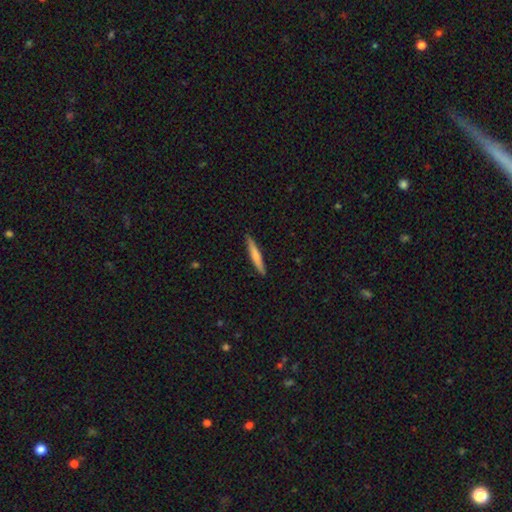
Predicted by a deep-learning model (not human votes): Q: Smooth or featured?
A: smooth (67%); runner-up: featured or disk (27%)
Q: How rounded?
A: cigar-shaped (94%); runner-up: in between (4%)
Q: Merging?
A: none (90%); runner-up: minor disturbance (8%)